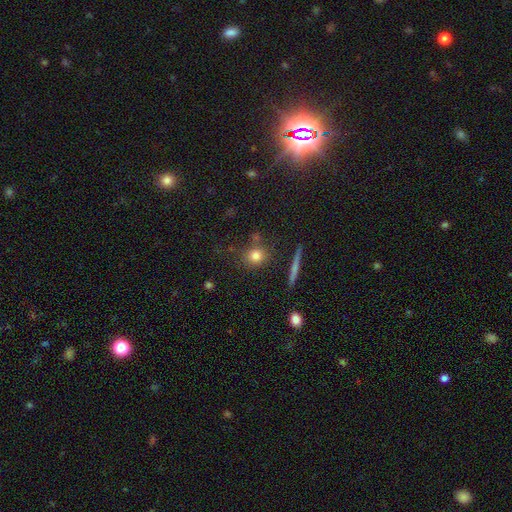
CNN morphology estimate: smooth 78%, star or artifact 12%, featured or disk 10%. Down the decision tree: how rounded — round (80%); merging — none (77%).